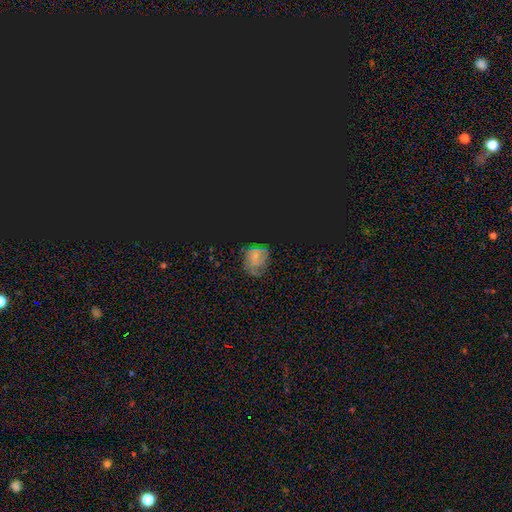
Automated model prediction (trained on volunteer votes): The model was most divided on "smooth or featured": star or artifact: 51%, smooth: 26%, featured or disk: 23%.